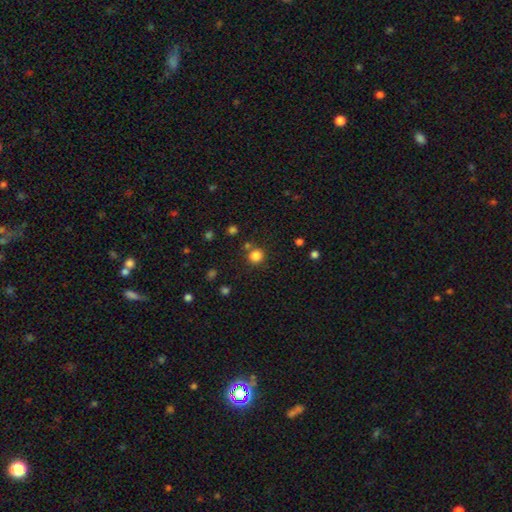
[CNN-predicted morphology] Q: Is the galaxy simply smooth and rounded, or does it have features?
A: smooth — 83%.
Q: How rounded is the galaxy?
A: round — 91%.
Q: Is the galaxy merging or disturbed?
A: none — 79%.